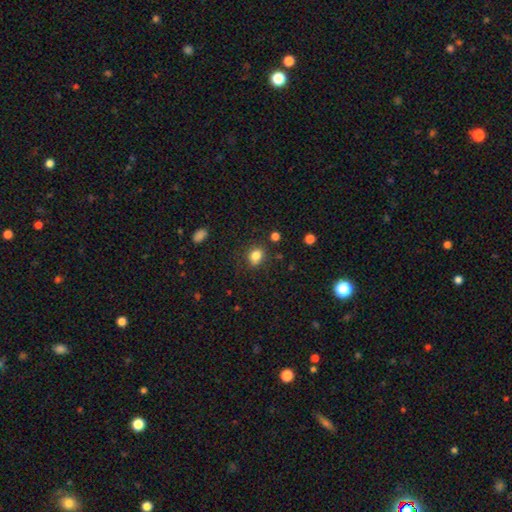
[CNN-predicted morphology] Smooth or featured: smooth — 83% (star or artifact — 12%)
How rounded: round — 54% (in between — 45%)
Merging: none — 77% (minor disturbance — 15%)